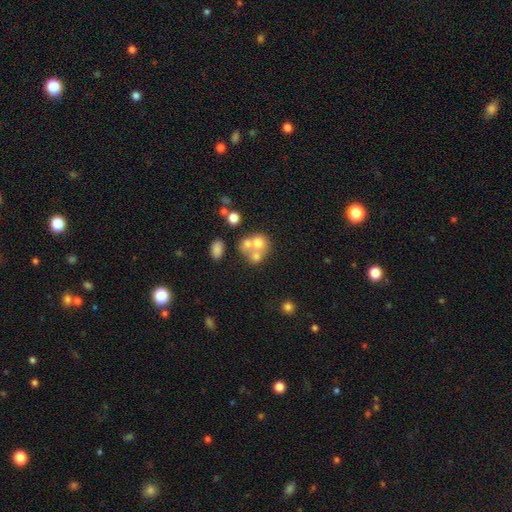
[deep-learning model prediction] A smooth galaxy with no disk features (60%) that is round (70%). Merging: merger (57%).